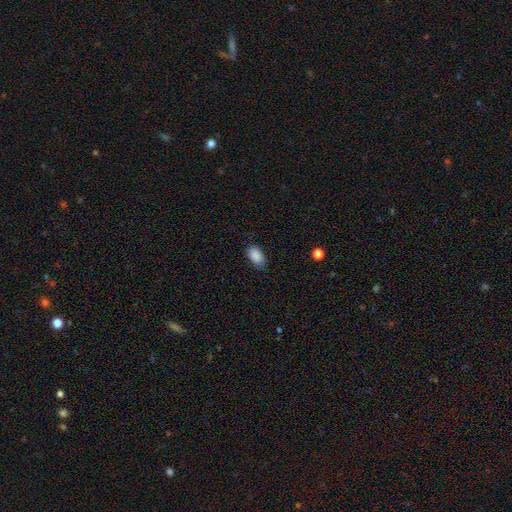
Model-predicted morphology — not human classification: Smooth or featured?
  - smooth: 89% *
  - star or artifact: 8%
  - featured or disk: 3%
How rounded?
  - in between: 91% *
  - round: 7%
  - cigar-shaped: 1%
Merging?
  - none: 81% *
  - minor disturbance: 15%
  - major disturbance: 3%
  - merger: 1%